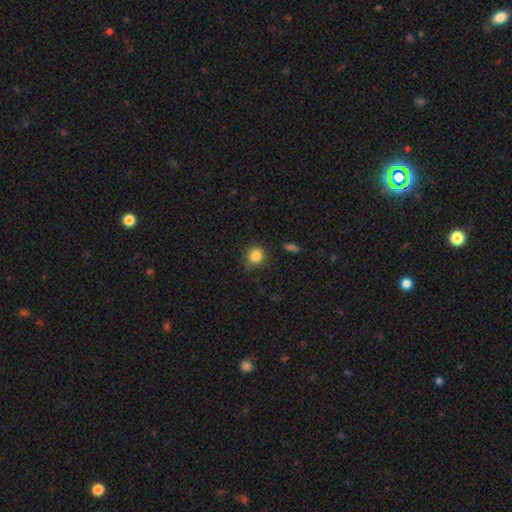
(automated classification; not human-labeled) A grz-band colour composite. It shows a smooth galaxy with no disk features (85%) that is round (84%). Merging: none (78%).